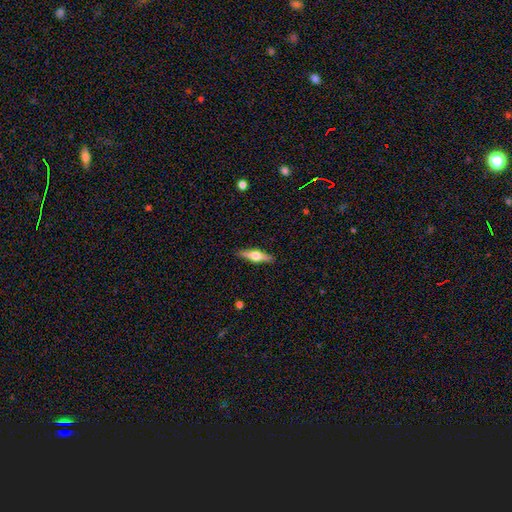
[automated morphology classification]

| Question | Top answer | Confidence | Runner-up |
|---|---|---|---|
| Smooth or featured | featured or disk | 58% | smooth (36%) |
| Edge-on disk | yes | 95% | no (5%) |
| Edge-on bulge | rounded | 94% | boxy (4%) |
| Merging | none | 89% | minor disturbance (8%) |